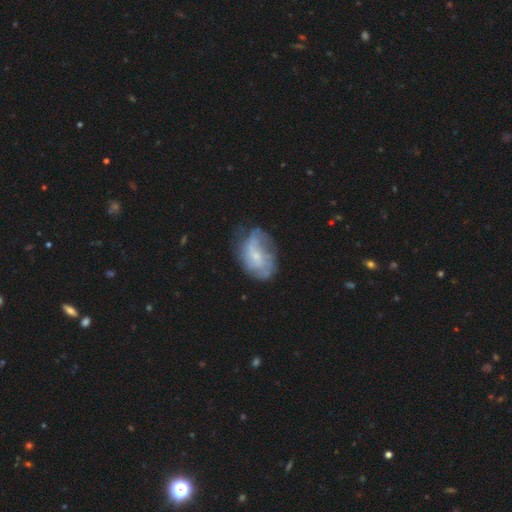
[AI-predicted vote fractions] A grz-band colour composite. It shows a featured or disk galaxy (65%) with no bar (65%), spiral arms (77%) and a small central bulge (70%). Merging: none (51%).